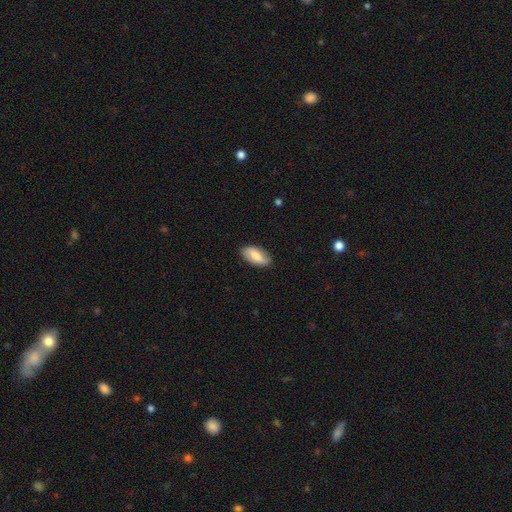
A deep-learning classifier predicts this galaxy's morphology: smooth_or_featured: smooth (p=0.71) [alt: featured or disk p=0.23]
how_rounded: in between (p=0.92) [alt: cigar-shaped p=0.06]
merging: none (p=0.86) [alt: minor disturbance p=0.11]